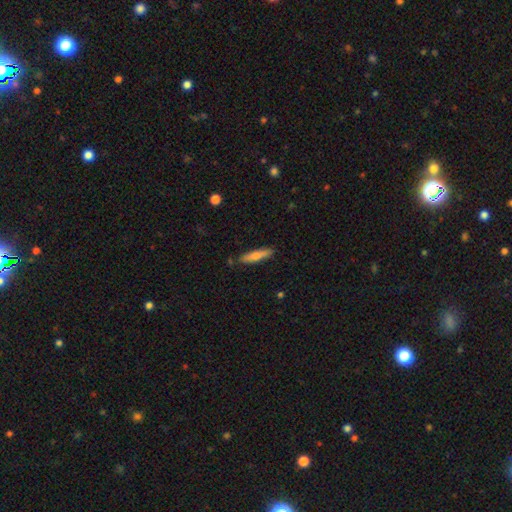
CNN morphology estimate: Overall: smooth (64%; featured or disk 31%). How rounded: cigar-shaped (84%). Merging: none (85%).